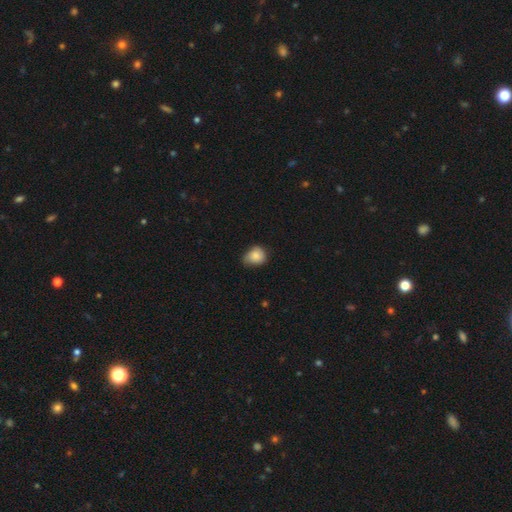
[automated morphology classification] type=smooth (82%); roundness=round (59%); merging=none (46%).